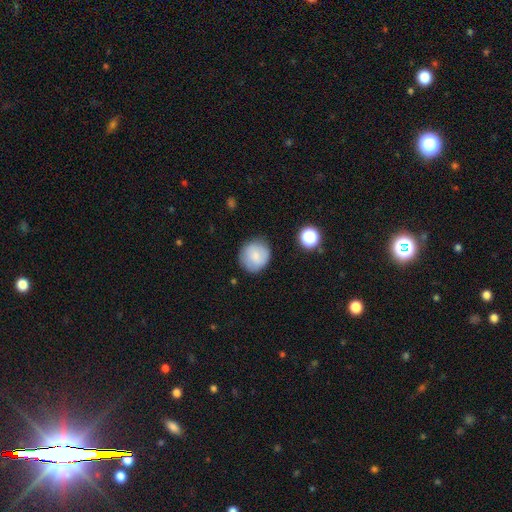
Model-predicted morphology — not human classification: The model was most divided on "smooth or featured": smooth: 79%, featured or disk: 13%, star or artifact: 8%. More confident: how rounded — round (88%); merging — none (82%).